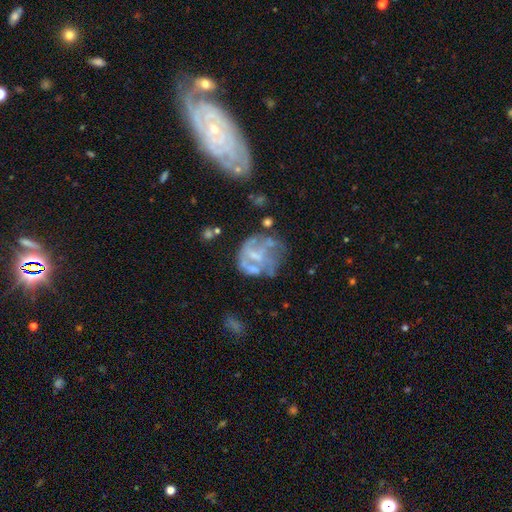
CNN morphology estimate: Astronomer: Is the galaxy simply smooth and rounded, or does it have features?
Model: featured or disk — 64%.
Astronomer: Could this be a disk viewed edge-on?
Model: no — 98%.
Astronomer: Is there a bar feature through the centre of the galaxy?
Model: no — 66%.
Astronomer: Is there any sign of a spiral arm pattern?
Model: no — 65%.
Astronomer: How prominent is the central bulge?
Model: none — 42% (runner-up: small, 30%).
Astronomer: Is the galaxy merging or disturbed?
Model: none — 39% (runner-up: major disturbance, 29%).